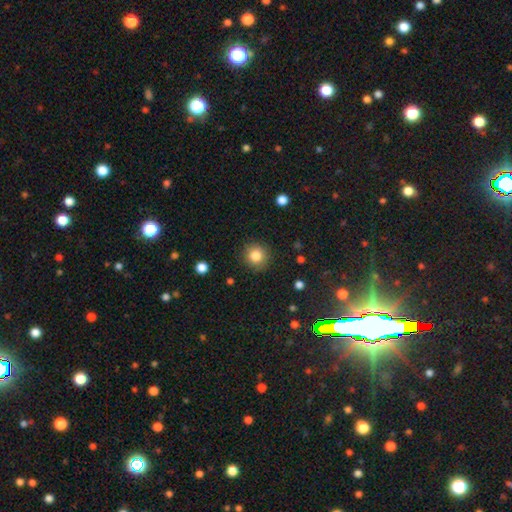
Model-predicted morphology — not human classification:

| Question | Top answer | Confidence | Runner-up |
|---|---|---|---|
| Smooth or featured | smooth | 83% | star or artifact (10%) |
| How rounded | round | 92% | in between (7%) |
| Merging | none | 89% | minor disturbance (7%) |